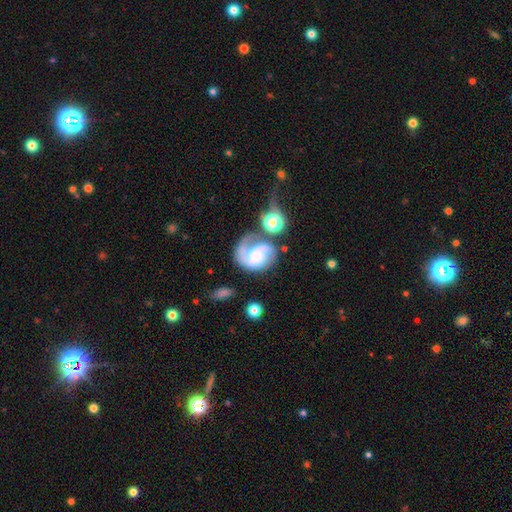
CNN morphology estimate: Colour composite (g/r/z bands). It shows a featured or disk galaxy (76%) with no bar (51%), 2 (66%) medium (47%) spiral arms (94%) and a moderate central bulge (27%). Merging: none (40%).